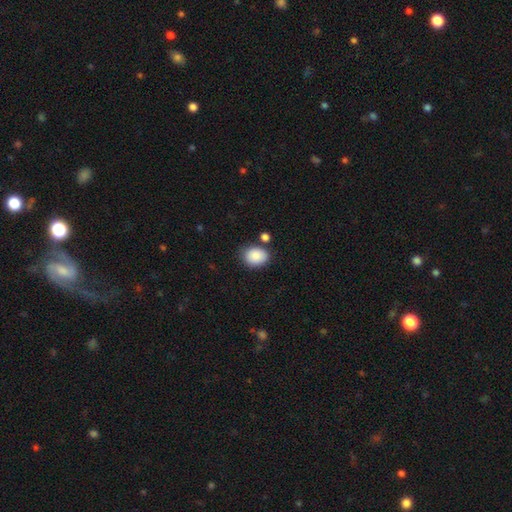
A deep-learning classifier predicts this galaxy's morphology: smooth_or_featured: smooth (p=0.88) [alt: star or artifact p=0.07]
how_rounded: in between (p=0.61) [alt: round p=0.38]
merging: none (p=0.74) [alt: minor disturbance p=0.14]